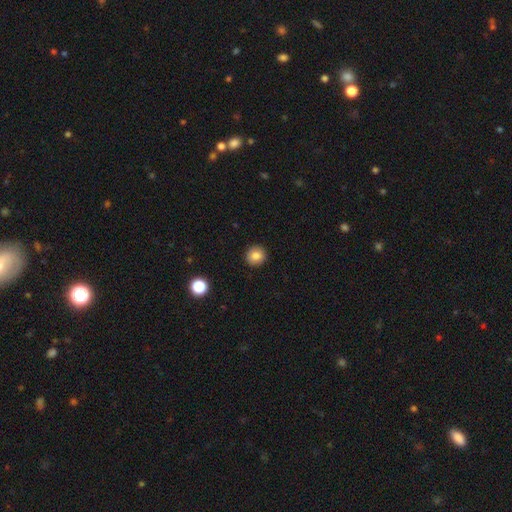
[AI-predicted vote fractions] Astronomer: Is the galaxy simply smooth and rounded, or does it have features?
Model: smooth — 83%.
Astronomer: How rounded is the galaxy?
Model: round — 91%.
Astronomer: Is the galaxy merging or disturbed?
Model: none — 92%.